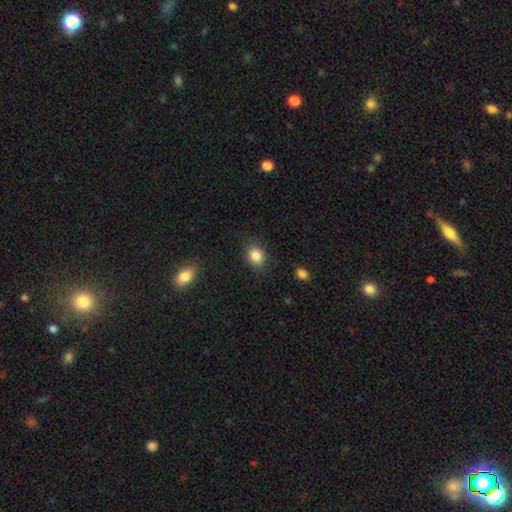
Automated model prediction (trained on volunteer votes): Smooth or featured: smooth — 86% (star or artifact — 9%)
How rounded: round — 51% (in between — 48%)
Merging: none — 82% (minor disturbance — 13%)